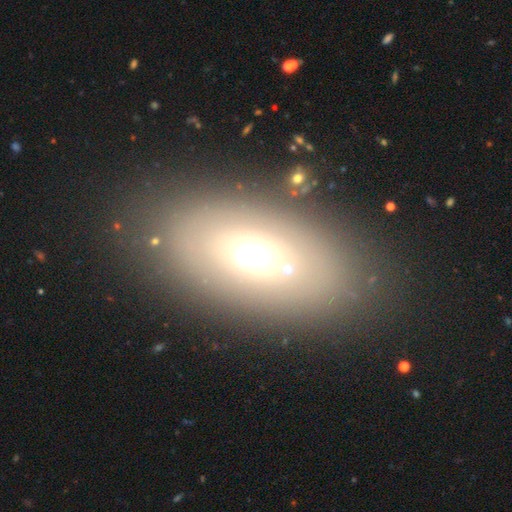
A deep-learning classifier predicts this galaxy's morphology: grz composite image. It shows a smooth galaxy with no disk features (54%) that is in between round and cigar-shaped (84%). Merging: none (75%).